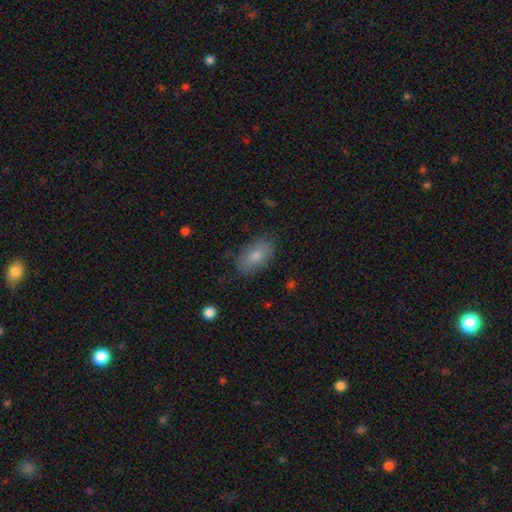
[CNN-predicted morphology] smooth-or-featured: smooth: 76% | featured or disk: 16% | star or artifact: 8%
  how-rounded: in between: 90% | cigar-shaped: 5% | round: 4%
  merging: none: 82% | minor disturbance: 14% | major disturbance: 3% | merger: 1%